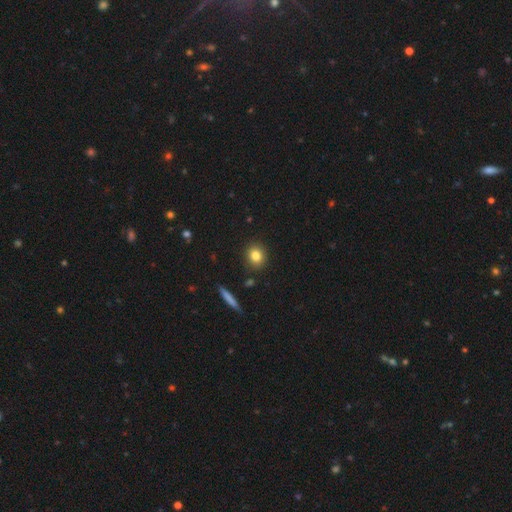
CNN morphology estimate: Smooth or featured: smooth — 81% (star or artifact — 10%)
How rounded: round — 77% (in between — 21%)
Merging: none — 90% (minor disturbance — 7%)